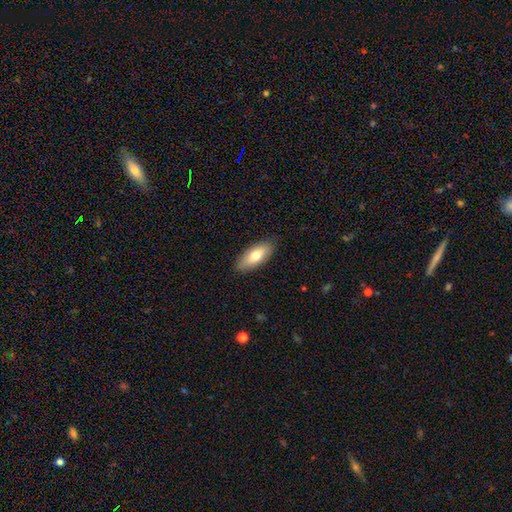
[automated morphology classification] smooth-or-featured: smooth: 72% | featured or disk: 22% | star or artifact: 6%
  how-rounded: in between: 81% | cigar-shaped: 17% | round: 2%
  merging: none: 88% | minor disturbance: 9% | major disturbance: 2% | merger: 1%